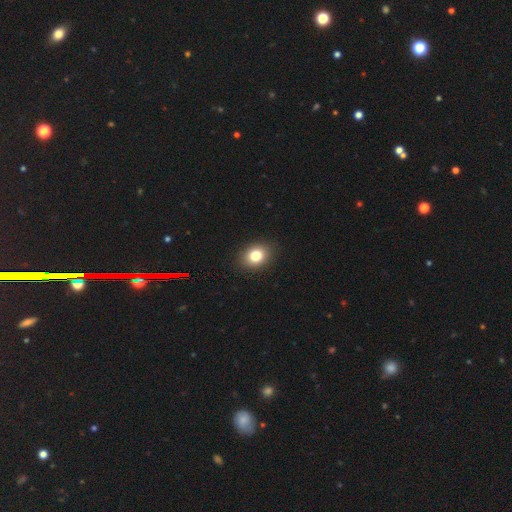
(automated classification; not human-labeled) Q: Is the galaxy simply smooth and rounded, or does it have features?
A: smooth — 82%.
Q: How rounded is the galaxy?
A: in between — 59%.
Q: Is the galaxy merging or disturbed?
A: none — 89%.